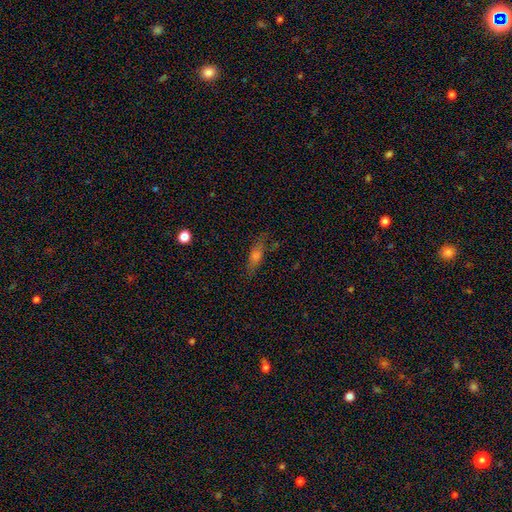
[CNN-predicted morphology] This appears to be a smooth galaxy with no disk features (50%) that is cigar-shaped (58%). Merging: none (78%).